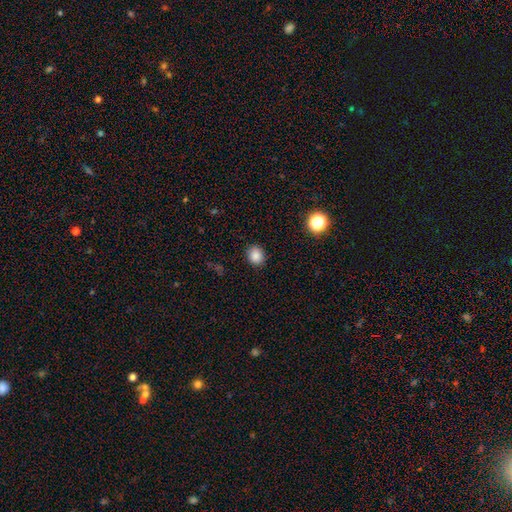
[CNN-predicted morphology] A smooth galaxy with no disk features (85%) that is round (69%). Merging: none (88%).